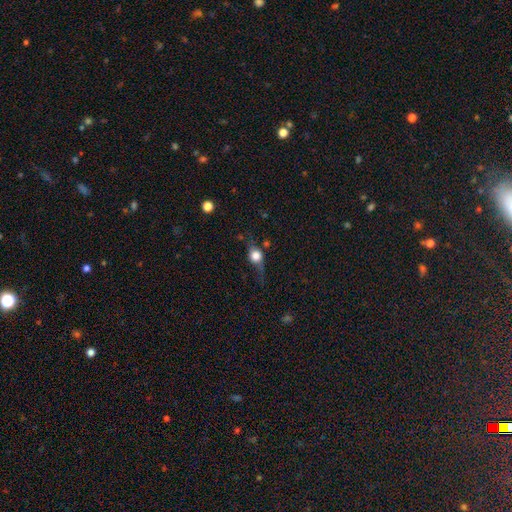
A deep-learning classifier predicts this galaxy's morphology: Smooth or featured? Predicted: smooth (p=0.49). Merging? Predicted: none (p=0.59).